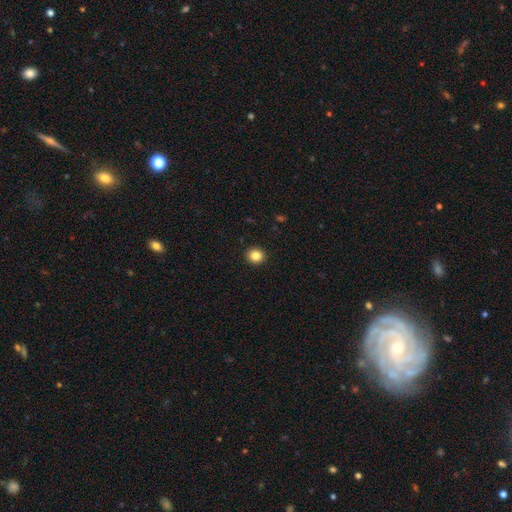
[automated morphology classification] Smooth or featured: smooth — 85% (star or artifact — 11%)
How rounded: round — 83% (in between — 16%)
Merging: none — 92% (minor disturbance — 5%)